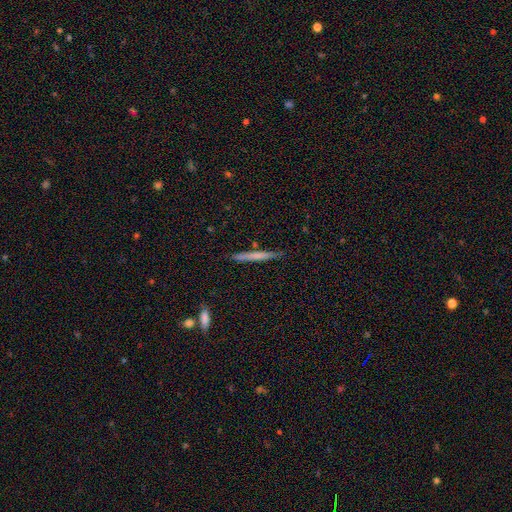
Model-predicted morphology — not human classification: Smooth or featured? Predicted: smooth (p=0.58). How rounded? Predicted: cigar-shaped (p=0.96). Merging? Predicted: none (p=0.87).